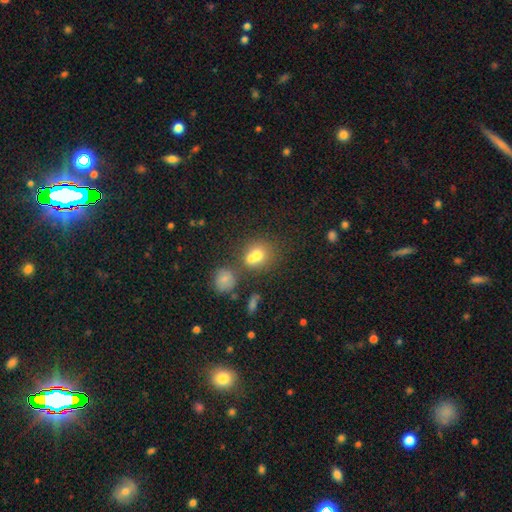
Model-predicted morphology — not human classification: Smooth or featured: smooth — 71% (star or artifact — 15%)
How rounded: round — 58% (in between — 40%)
Merging: none — 41% (merger — 40%)